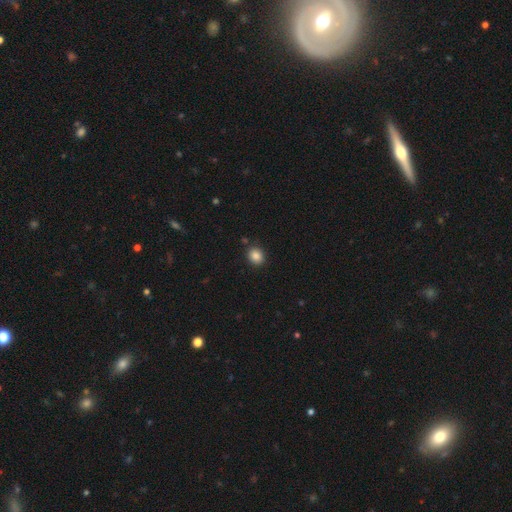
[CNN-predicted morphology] This appears to be a smooth galaxy with no disk features (86%) that is round (66%). Merging: none (87%).